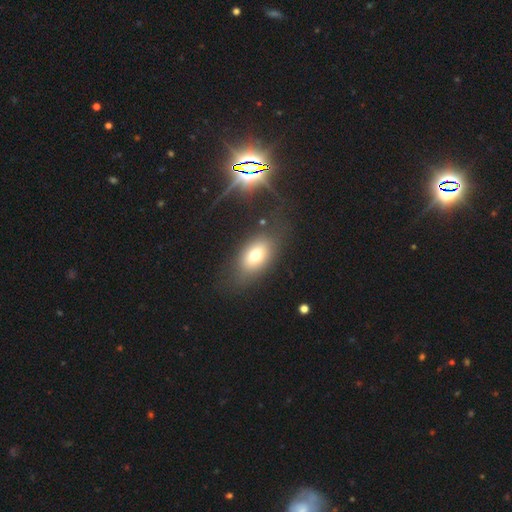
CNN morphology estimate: A smooth galaxy with no disk features (70%) that is in between round and cigar-shaped (83%). Merging: none (73%).